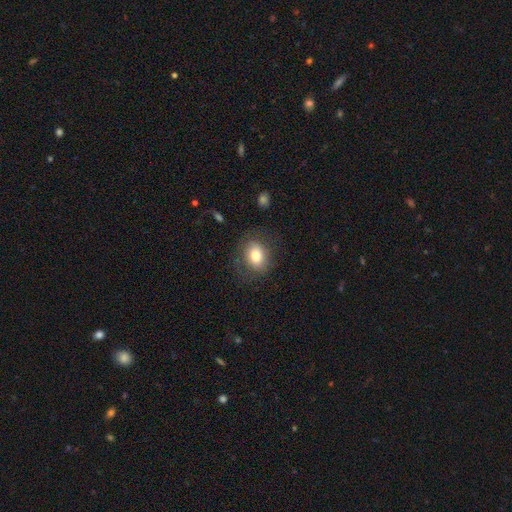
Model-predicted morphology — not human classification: smooth-or-featured: smooth: 78% | featured or disk: 13% | star or artifact: 9%
  how-rounded: in between: 53% | round: 46% | cigar-shaped: 1%
  merging: none: 77% | minor disturbance: 15% | major disturbance: 7% | merger: 1%